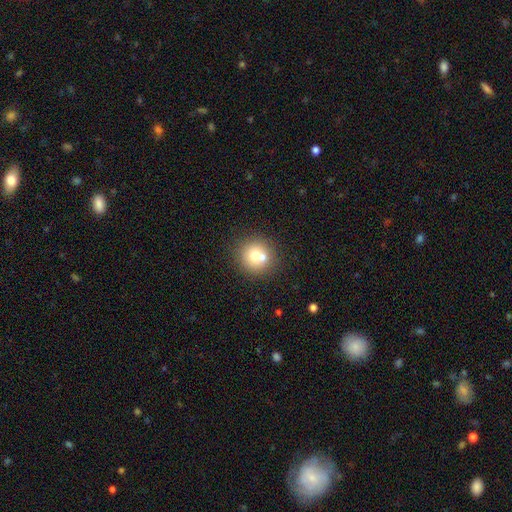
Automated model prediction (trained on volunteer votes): Overall: smooth (70%). How rounded: round (91%). Merging: none (58%; merger 31%).